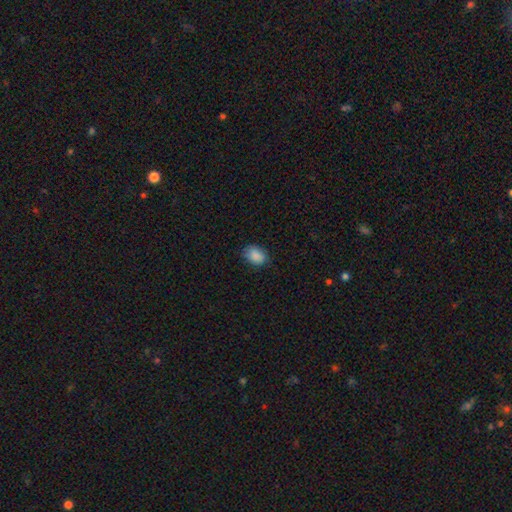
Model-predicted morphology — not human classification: Smooth or featured? Predicted: smooth (p=0.88). How rounded? Predicted: in between (p=0.74). Merging? Predicted: none (p=0.77).